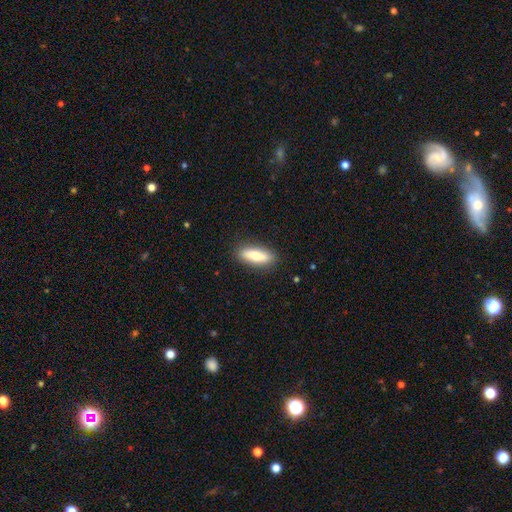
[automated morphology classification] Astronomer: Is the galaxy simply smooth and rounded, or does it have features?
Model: smooth — 72%.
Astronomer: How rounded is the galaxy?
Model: in between — 50% (runner-up: cigar-shaped, 48%).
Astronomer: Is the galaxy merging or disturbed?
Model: none — 88%.